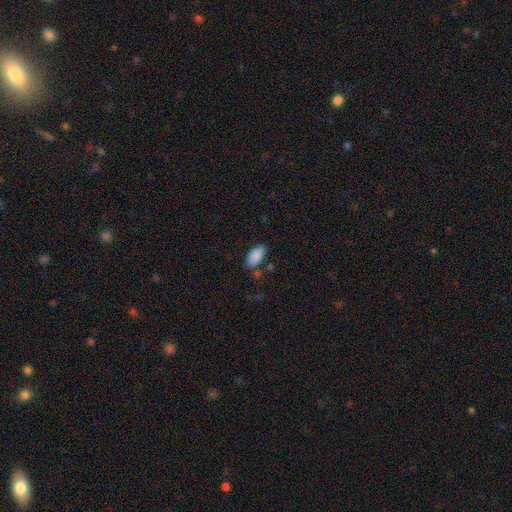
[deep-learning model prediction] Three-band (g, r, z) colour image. It shows a smooth galaxy with no disk features (88%) that is in between round and cigar-shaped (93%). Merging: none (74%).